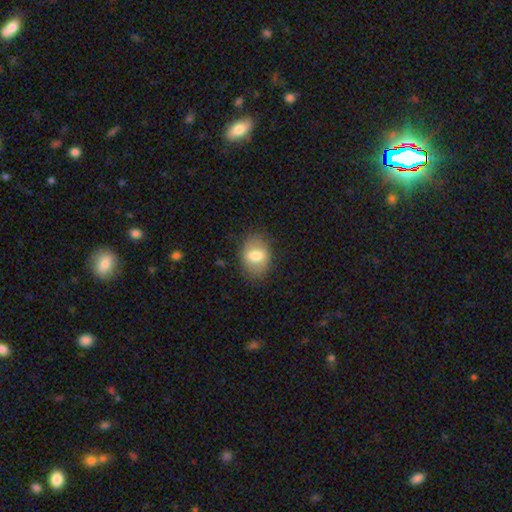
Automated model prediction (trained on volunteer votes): Morphology: type=smooth (70%); roundness=in between (69%); merging=none (80%).